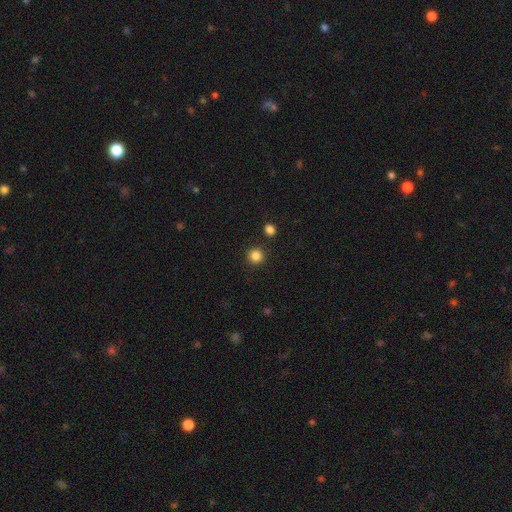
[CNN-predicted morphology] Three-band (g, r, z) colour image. It shows a smooth galaxy with no disk features (85%) that is round (93%). Merging: none (89%).